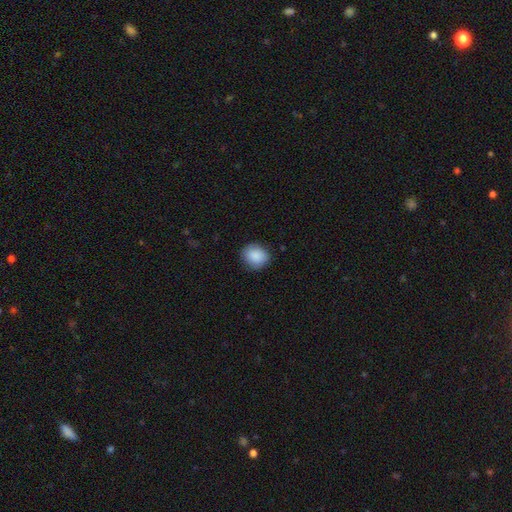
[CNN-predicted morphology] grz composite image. It shows a smooth galaxy with no disk features (88%) that is round (77%). Merging: none (84%).